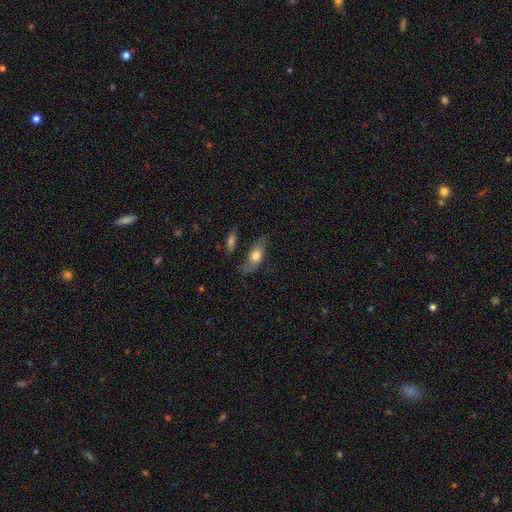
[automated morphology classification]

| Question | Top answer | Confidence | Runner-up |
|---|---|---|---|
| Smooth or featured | smooth | 62% | featured or disk (31%) |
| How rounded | in between | 72% | cigar-shaped (23%) |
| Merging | none | 65% | minor disturbance (22%) |